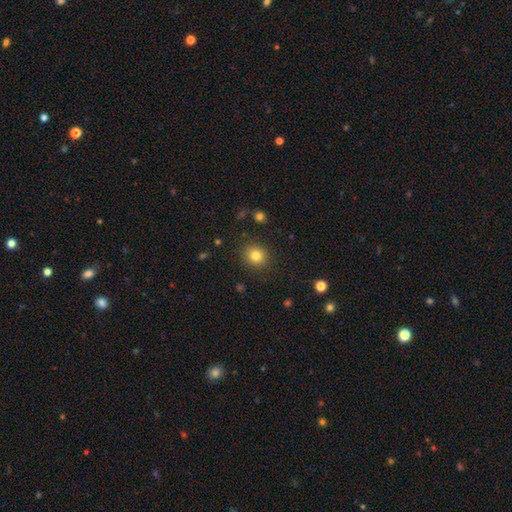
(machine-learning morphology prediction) smooth-or-featured: smooth: 82% | star or artifact: 11% | featured or disk: 6%
  how-rounded: round: 82% | in between: 17% | cigar-shaped: 1%
  merging: none: 89% | minor disturbance: 7% | major disturbance: 3% | merger: 1%